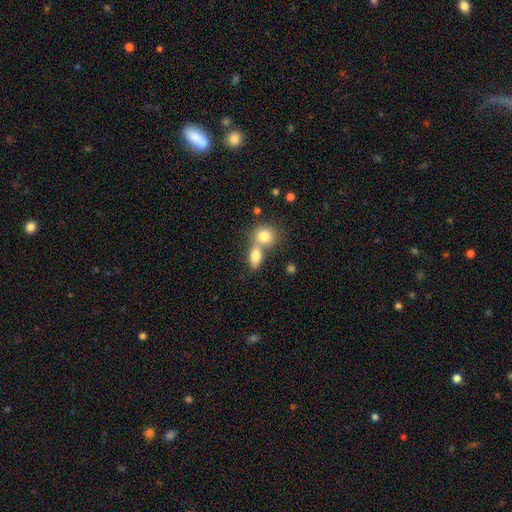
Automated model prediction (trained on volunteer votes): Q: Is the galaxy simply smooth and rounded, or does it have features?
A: smooth — 81%.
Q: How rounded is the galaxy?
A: in between — 75%.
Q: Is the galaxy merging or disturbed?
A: merger — 55%.